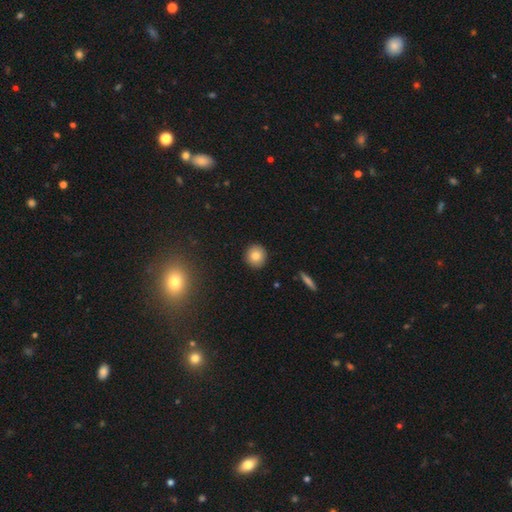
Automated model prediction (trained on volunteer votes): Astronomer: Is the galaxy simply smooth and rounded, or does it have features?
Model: smooth — 81%.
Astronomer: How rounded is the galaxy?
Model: round — 91%.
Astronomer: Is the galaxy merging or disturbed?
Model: none — 92%.